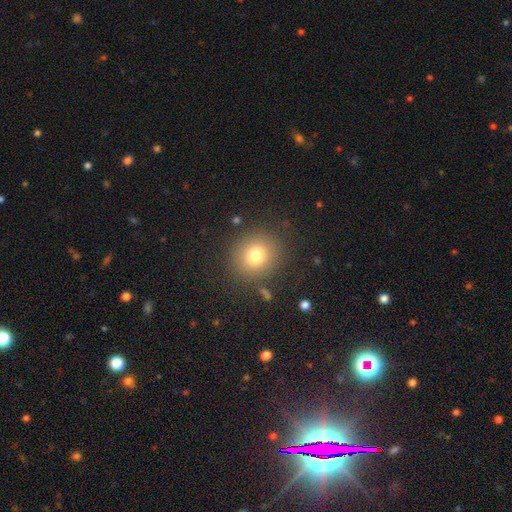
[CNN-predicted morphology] Smooth or featured? smooth (76%)
How rounded? round (86%)
Merging? none (84%)